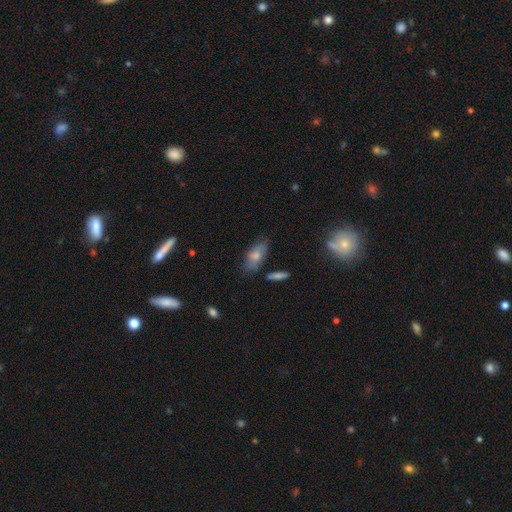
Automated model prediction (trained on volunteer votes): smooth-or-featured: smooth: 71% | featured or disk: 22% | star or artifact: 7%
  how-rounded: in between: 84% | cigar-shaped: 13% | round: 3%
  merging: none: 68% | minor disturbance: 22% | major disturbance: 5% | merger: 5%